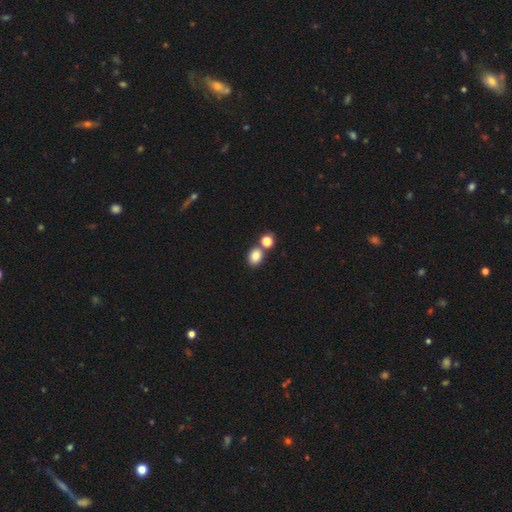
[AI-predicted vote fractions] Overall: smooth (83%). How rounded: in between (61%; round 38%). Merging: none (63%; merger 25%).